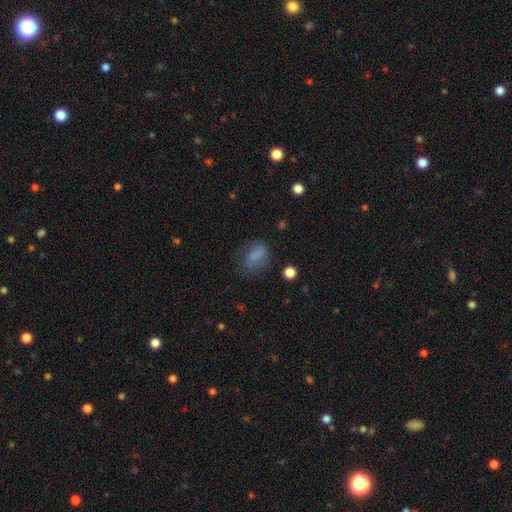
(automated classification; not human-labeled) A smooth galaxy with no disk features (67%) that is in between round and cigar-shaped (72%). Merging: none (52%).